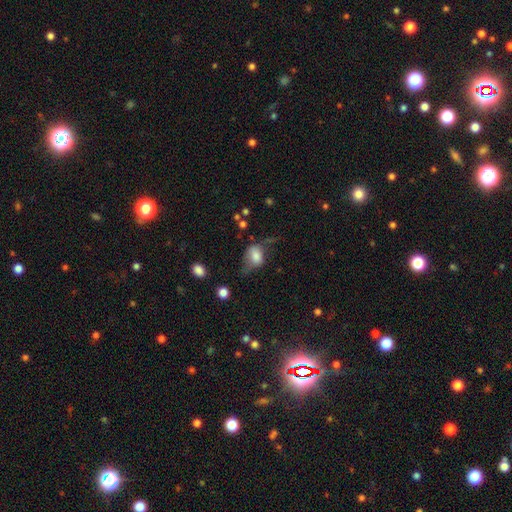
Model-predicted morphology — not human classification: The model was most divided on "merging": major disturbance: 35%, minor disturbance: 31%, none: 29%, merger: 5%. More confident: how rounded — in between (72%); smooth or featured — smooth (67%).